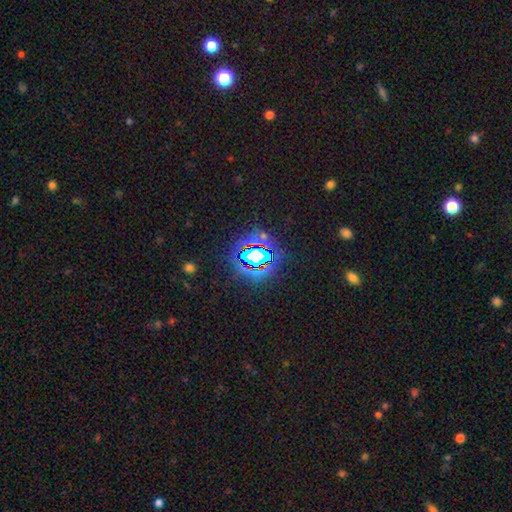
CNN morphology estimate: smooth_or_featured: star or artifact (p=0.71) [alt: smooth p=0.17]